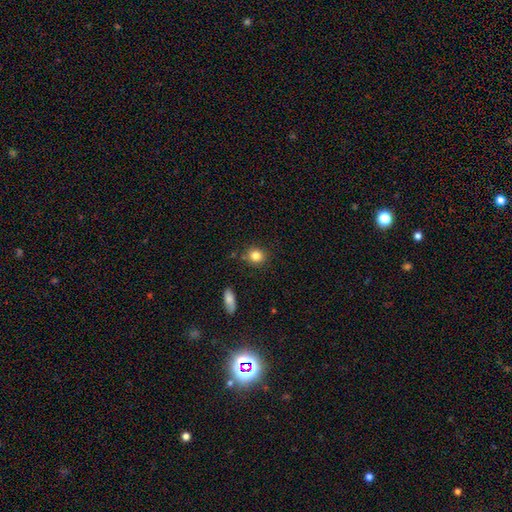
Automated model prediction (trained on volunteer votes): Q: Smooth or featured?
A: smooth (84%); runner-up: star or artifact (10%)
Q: How rounded?
A: round (78%); runner-up: in between (21%)
Q: Merging?
A: none (84%); runner-up: minor disturbance (10%)